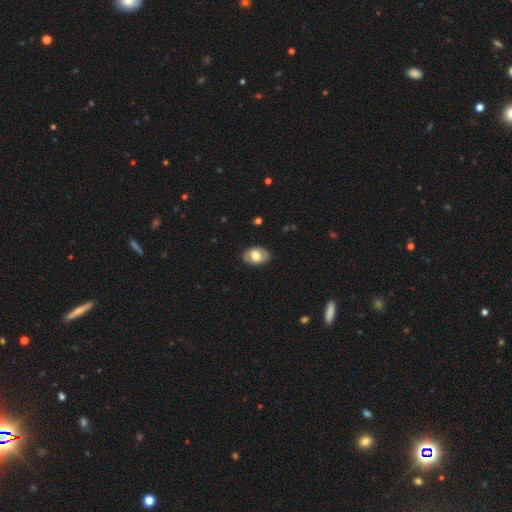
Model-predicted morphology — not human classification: The model was most divided on "smooth or featured": smooth: 63%, featured or disk: 30%, star or artifact: 7%. More confident: merging — none (85%); how rounded — in between (83%).